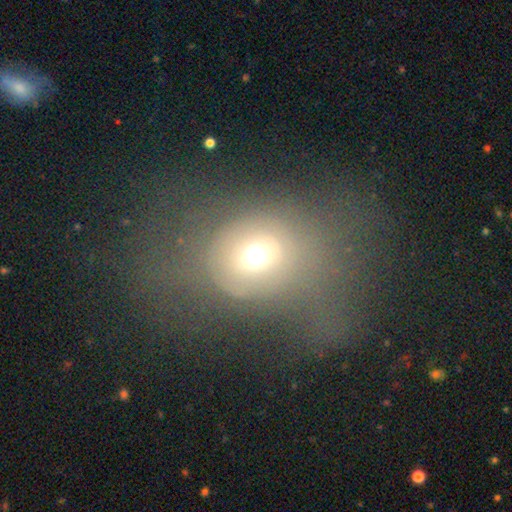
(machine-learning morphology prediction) Smooth or featured? Predicted: smooth (p=0.57). How rounded? Predicted: round (p=0.52). Merging? Predicted: none (p=0.39).